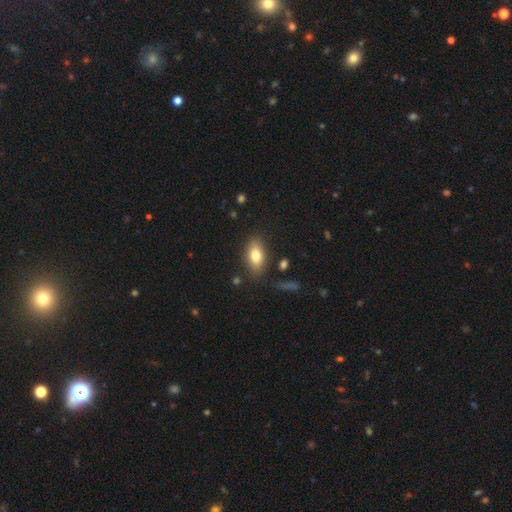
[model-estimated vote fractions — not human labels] smooth_or_featured: smooth (p=0.78) [alt: featured or disk p=0.14]
how_rounded: in between (p=0.88) [alt: round p=0.07]
merging: none (p=0.83) [alt: minor disturbance p=0.12]